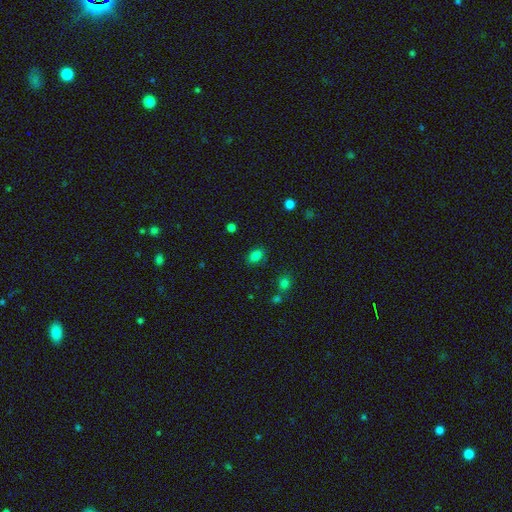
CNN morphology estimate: Smooth or featured?
  - smooth: 81% *
  - star or artifact: 14%
  - featured or disk: 5%
How rounded?
  - in between: 76% *
  - round: 22%
  - cigar-shaped: 2%
Merging?
  - none: 79% *
  - minor disturbance: 15%
  - major disturbance: 4%
  - merger: 3%